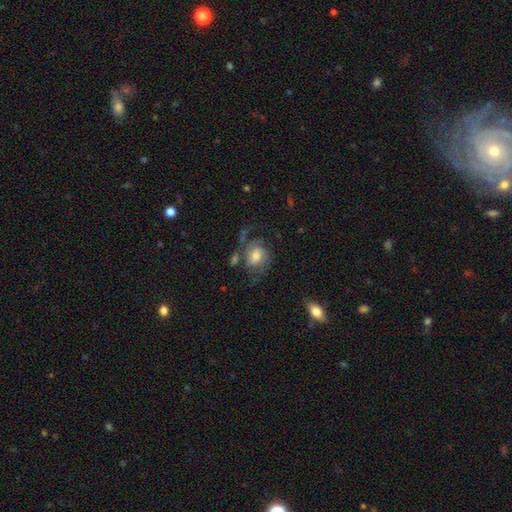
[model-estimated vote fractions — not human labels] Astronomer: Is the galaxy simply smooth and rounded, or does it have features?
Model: featured or disk — 65%.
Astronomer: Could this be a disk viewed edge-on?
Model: no — 97%.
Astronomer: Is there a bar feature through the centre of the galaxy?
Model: no — 49% (runner-up: weak, 42%).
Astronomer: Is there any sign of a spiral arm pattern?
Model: yes — 90%.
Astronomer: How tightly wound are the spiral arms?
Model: medium — 47% (runner-up: loose, 29%).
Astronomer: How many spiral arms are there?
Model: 2 — 67%.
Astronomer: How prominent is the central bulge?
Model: moderate — 54%.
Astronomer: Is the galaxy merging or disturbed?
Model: none — 51%.